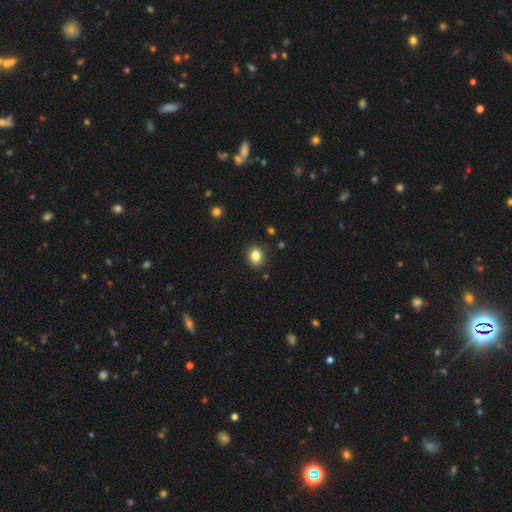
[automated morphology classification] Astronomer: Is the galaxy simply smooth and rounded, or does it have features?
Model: smooth — 83%.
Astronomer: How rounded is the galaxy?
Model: round — 69%.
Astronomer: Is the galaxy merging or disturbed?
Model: none — 90%.